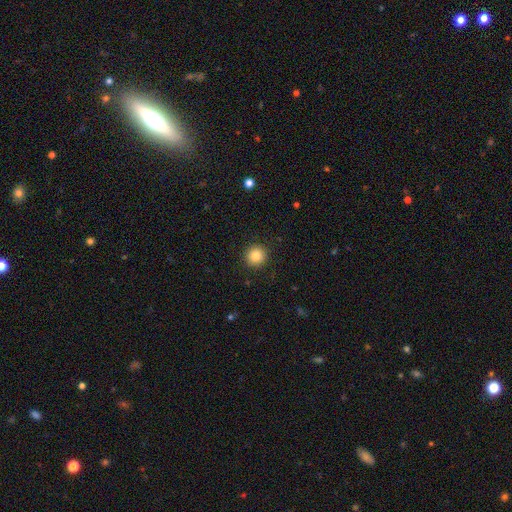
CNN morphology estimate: smooth 84%, star or artifact 10%, featured or disk 6%. Down the decision tree: how rounded — round (94%); merging — none (92%).